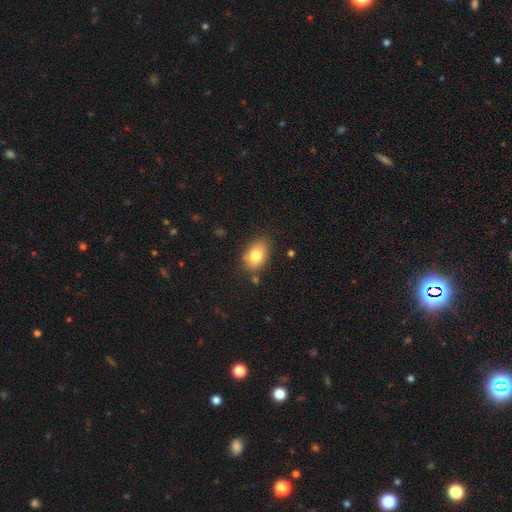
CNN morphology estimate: Q: Smooth or featured?
A: smooth (82%); runner-up: featured or disk (10%)
Q: How rounded?
A: in between (85%); runner-up: round (14%)
Q: Merging?
A: none (75%); runner-up: minor disturbance (17%)